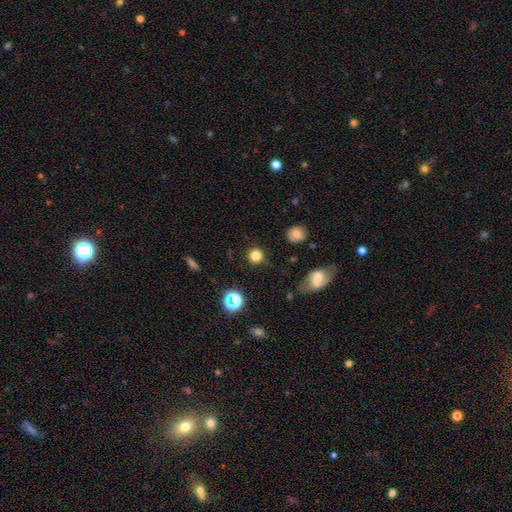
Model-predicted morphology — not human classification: smooth 79%, star or artifact 15%, featured or disk 6%. Down the decision tree: how rounded — round (91%); merging — none (86%).